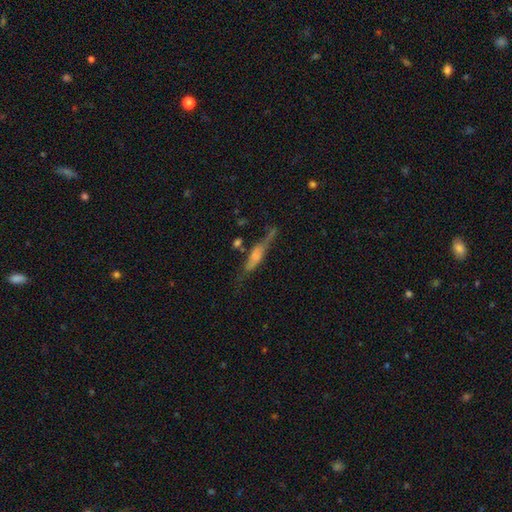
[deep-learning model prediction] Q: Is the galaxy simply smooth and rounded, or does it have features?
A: smooth — 46%.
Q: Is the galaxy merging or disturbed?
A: none — 42%.